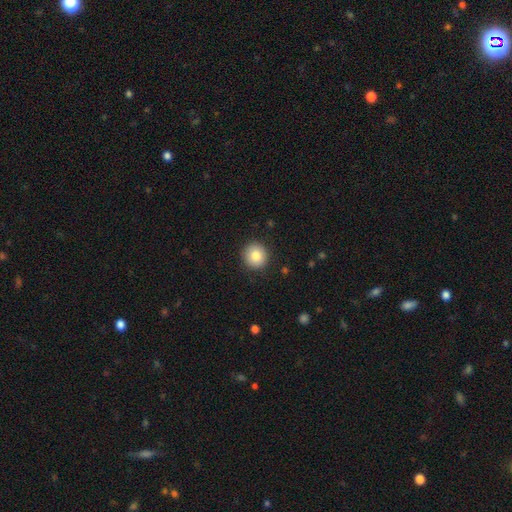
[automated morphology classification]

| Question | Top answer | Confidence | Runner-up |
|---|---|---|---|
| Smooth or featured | smooth | 84% | star or artifact (9%) |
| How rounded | round | 93% | in between (6%) |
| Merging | none | 91% | minor disturbance (6%) |